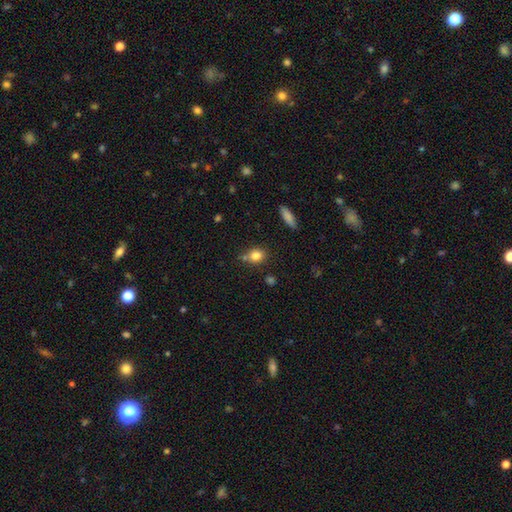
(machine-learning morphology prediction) smooth-or-featured: smooth: 82% | star or artifact: 11% | featured or disk: 8%
  how-rounded: round: 65% | in between: 33% | cigar-shaped: 2%
  merging: none: 68% | minor disturbance: 14% | merger: 14% | major disturbance: 4%